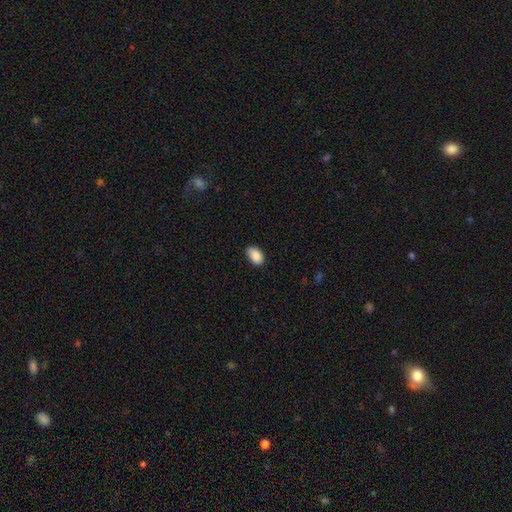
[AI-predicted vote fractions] smooth_or_featured: smooth (p=0.89) [alt: star or artifact p=0.07]
how_rounded: in between (p=0.93) [alt: round p=0.06]
merging: none (p=0.80) [alt: minor disturbance p=0.16]